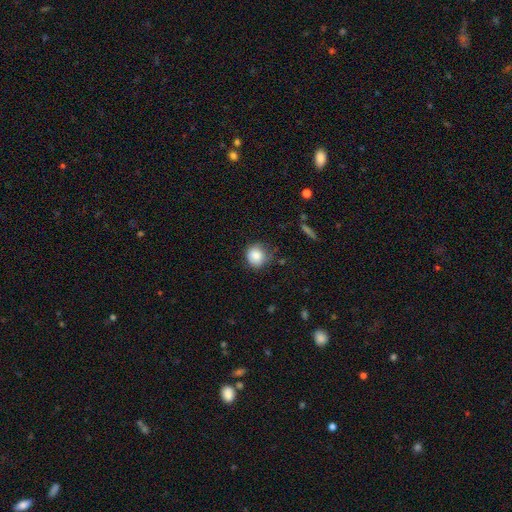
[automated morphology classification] Overall: smooth (86%). How rounded: round (86%). Merging: none (71%).